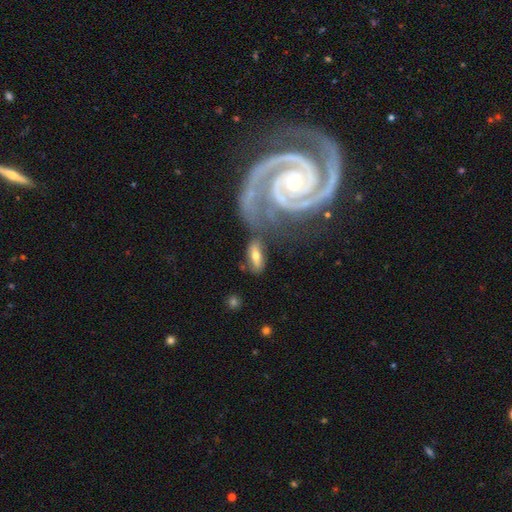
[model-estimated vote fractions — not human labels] smooth 51%, featured or disk 42%, star or artifact 7%. Down the decision tree: how rounded — in between (74%); merging — none (58%).